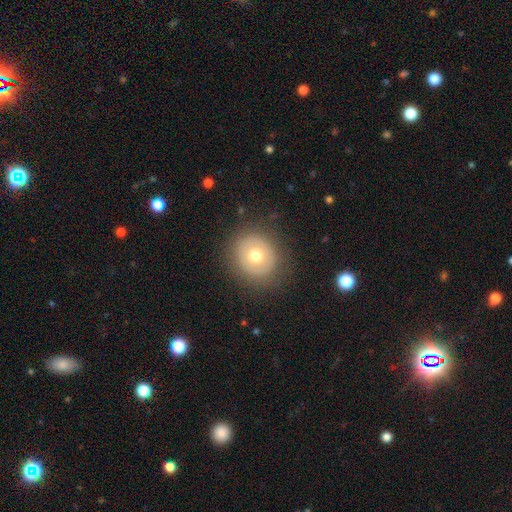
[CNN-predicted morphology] Smooth or featured: smooth — 60% (featured or disk — 31%)
How rounded: round — 85% (in between — 14%)
Merging: none — 86% (minor disturbance — 9%)